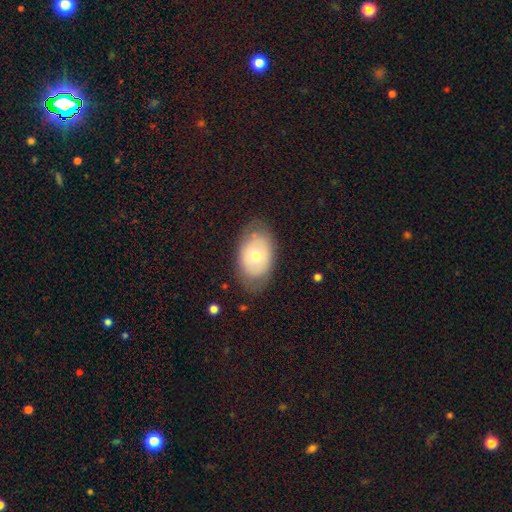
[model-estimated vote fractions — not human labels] Morphology: type=smooth (58%); roundness=in between (87%); merging=none (75%).